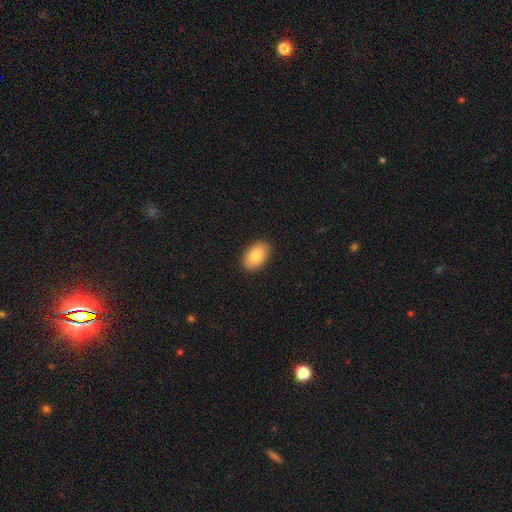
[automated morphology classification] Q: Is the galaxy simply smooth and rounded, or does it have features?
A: smooth — 84%.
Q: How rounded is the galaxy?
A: in between — 92%.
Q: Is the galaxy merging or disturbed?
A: none — 89%.